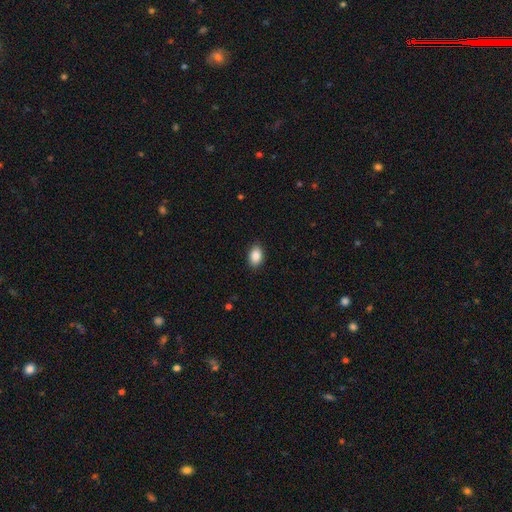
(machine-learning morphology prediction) Smooth or featured: smooth — 89% (star or artifact — 8%)
How rounded: in between — 85% (round — 14%)
Merging: none — 87% (minor disturbance — 10%)